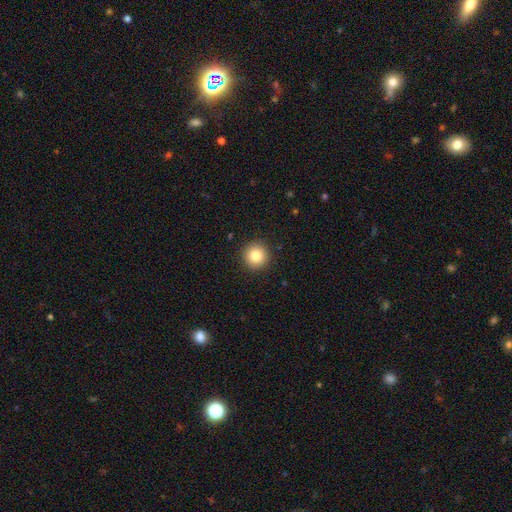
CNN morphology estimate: type=smooth (82%); roundness=round (95%); merging=none (92%).